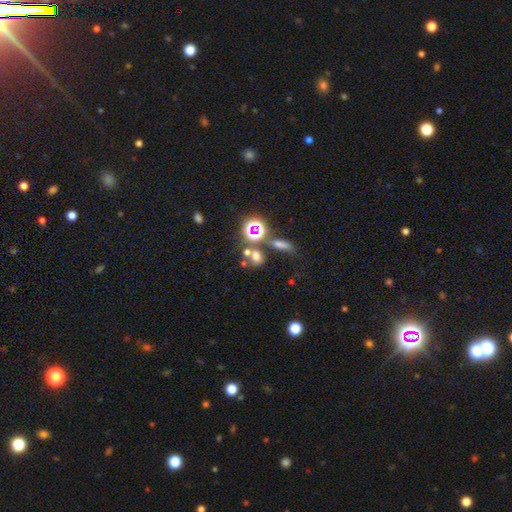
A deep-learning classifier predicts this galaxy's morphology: The model was most divided on "merging": none: 57%, merger: 27%, minor disturbance: 11%, major disturbance: 6%. More confident: how rounded — round (65%); smooth or featured — smooth (60%).